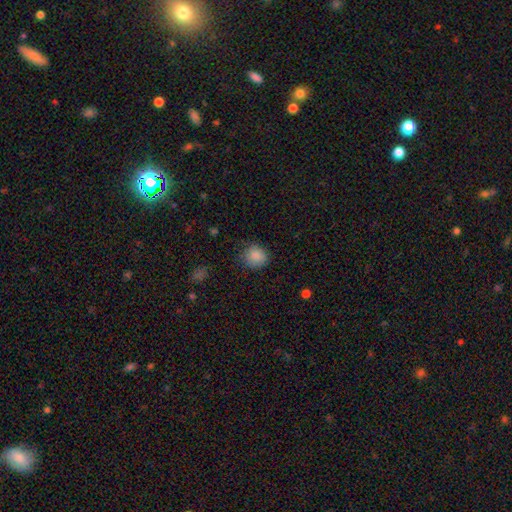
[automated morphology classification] Q: Smooth or featured?
A: smooth (87%); runner-up: star or artifact (9%)
Q: How rounded?
A: round (82%); runner-up: in between (17%)
Q: Merging?
A: none (79%); runner-up: minor disturbance (16%)